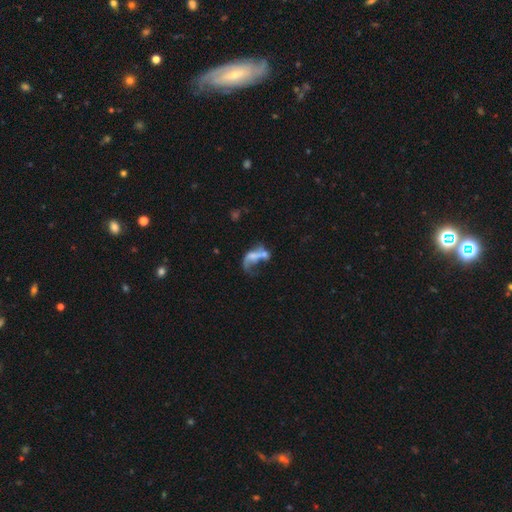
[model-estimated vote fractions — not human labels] A featured or disk galaxy (55%) with no bar (66%), no spiral arms (51%) and no central bulge (48%). Merging: merger (39%).